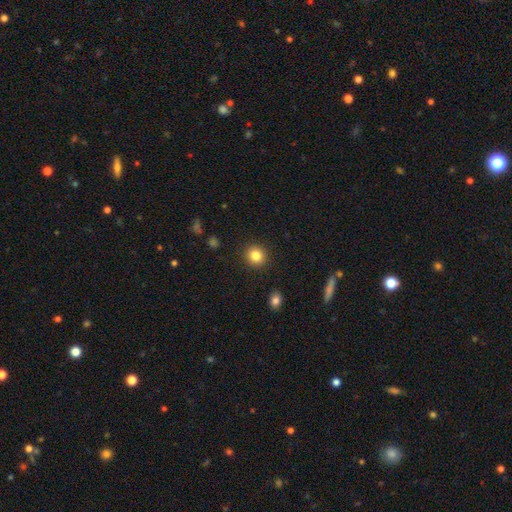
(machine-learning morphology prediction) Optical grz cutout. It shows a smooth galaxy with no disk features (83%) that is round (90%). Merging: none (91%).